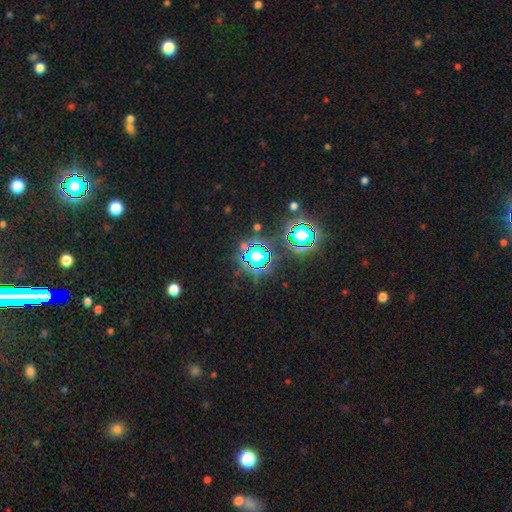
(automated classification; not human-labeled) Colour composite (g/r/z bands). It shows a star or artifact, not a galaxy (68%).